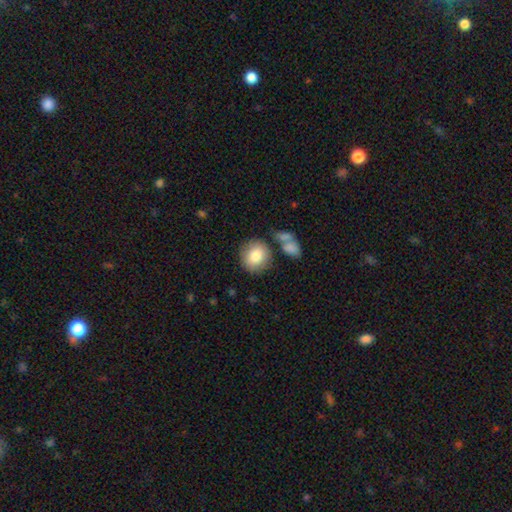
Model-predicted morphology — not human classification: smooth 83%, featured or disk 10%, star or artifact 7%. Down the decision tree: how rounded — round (87%); merging — none (73%).